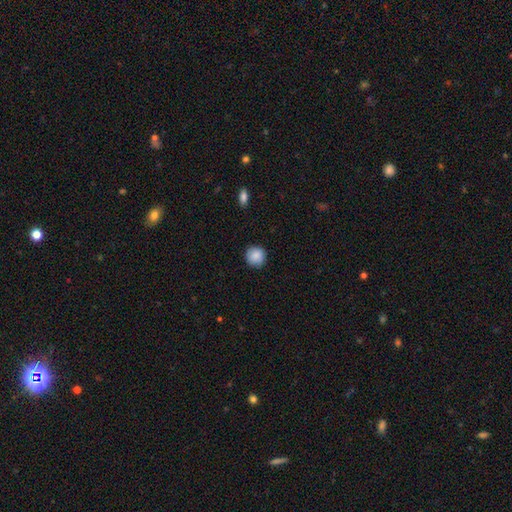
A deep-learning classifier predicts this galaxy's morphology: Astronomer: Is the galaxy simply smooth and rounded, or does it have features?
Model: smooth — 88%.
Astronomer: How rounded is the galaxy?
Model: round — 94%.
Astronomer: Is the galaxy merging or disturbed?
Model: none — 89%.